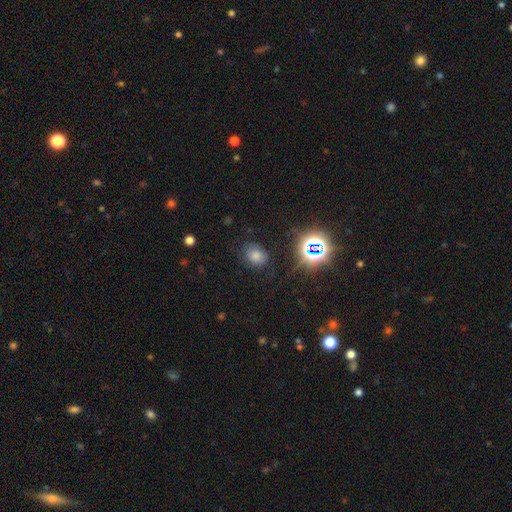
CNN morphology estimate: This appears to be a smooth galaxy with no disk features (56%) that is round (54%). Merging: none (77%).